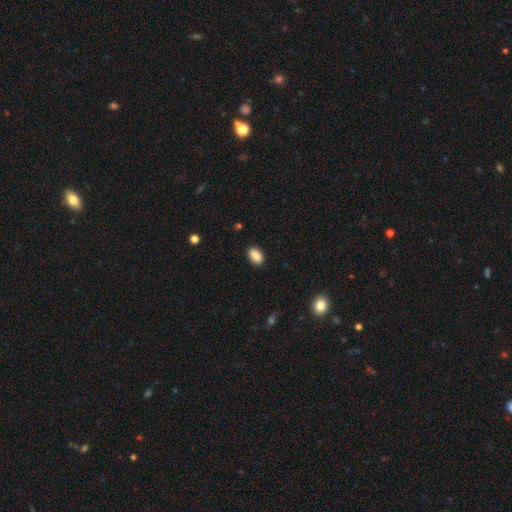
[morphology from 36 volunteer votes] This is clearly a smooth galaxy (94%). How rounded: likely in between (79%). Merging: clearly none (91%).